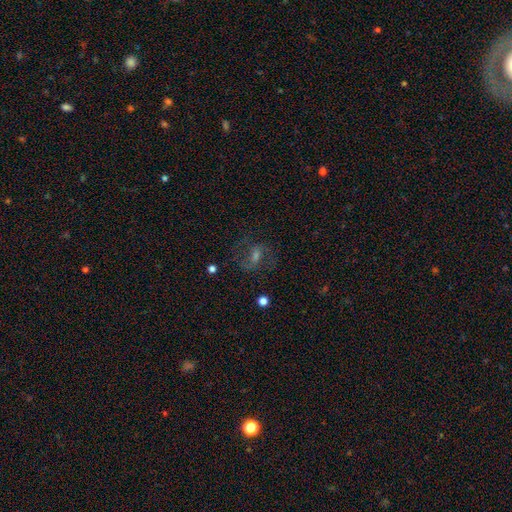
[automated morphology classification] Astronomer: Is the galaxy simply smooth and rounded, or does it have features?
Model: featured or disk — 62%.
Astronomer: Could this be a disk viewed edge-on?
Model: no — 96%.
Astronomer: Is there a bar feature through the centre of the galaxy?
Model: weak — 50% (runner-up: no, 27%).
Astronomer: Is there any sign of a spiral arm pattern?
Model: yes — 86%.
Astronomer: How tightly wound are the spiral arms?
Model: medium — 51% (runner-up: loose, 33%).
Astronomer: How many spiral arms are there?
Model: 2 — 83%.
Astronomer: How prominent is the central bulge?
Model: moderate — 44% (runner-up: small, 37%).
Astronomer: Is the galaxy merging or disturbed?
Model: none — 71%.